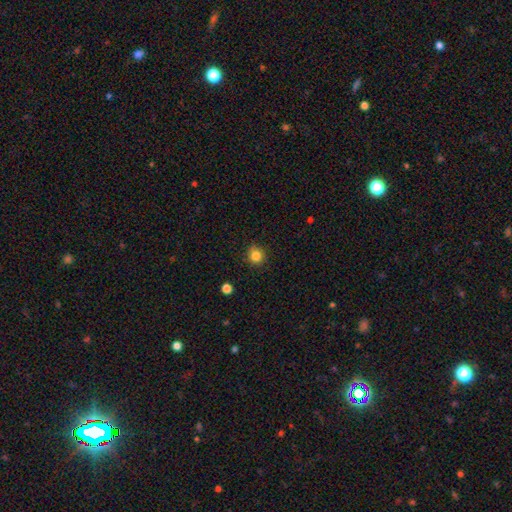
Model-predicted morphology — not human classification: Smooth or featured? Predicted: smooth (p=0.84). How rounded? Predicted: round (p=0.90). Merging? Predicted: none (p=0.89).